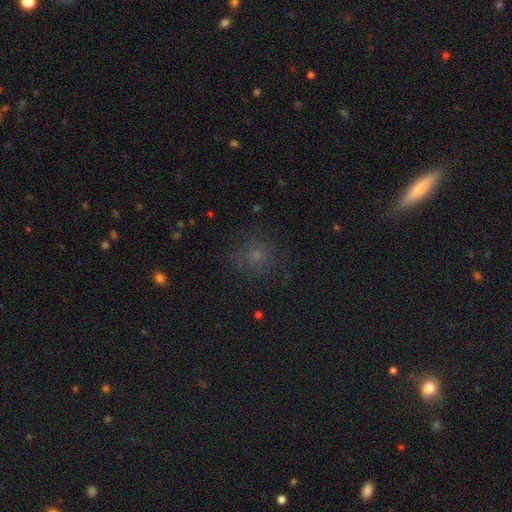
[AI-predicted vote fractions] The model was most divided on "smooth or featured": smooth: 57%, star or artifact: 28%, featured or disk: 16%. More confident: how rounded — round (88%); merging — none (76%).